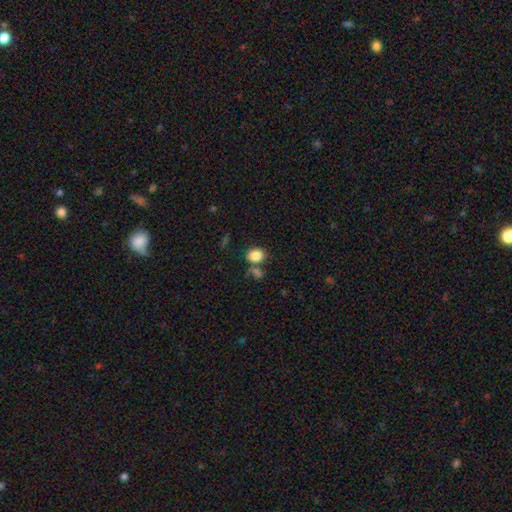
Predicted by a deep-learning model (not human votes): Morphology: type=smooth (84%); roundness=in between (57%); merging=none (64%).